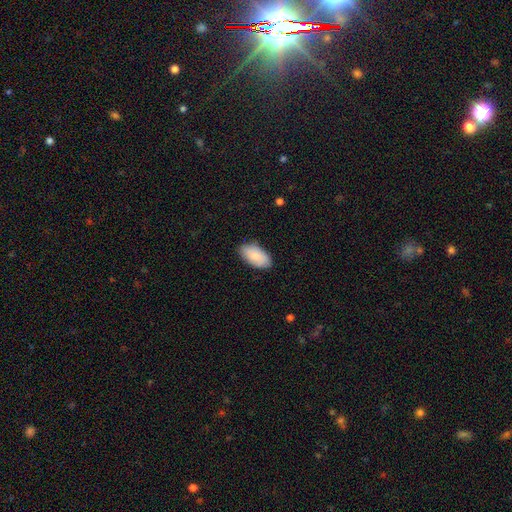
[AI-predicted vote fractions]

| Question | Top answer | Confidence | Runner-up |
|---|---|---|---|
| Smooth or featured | smooth | 85% | featured or disk (10%) |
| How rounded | in between | 95% | round (2%) |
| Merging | none | 82% | minor disturbance (14%) |